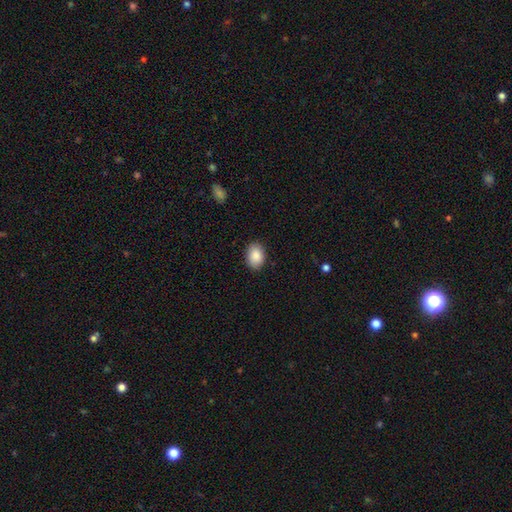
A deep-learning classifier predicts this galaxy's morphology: smooth_or_featured: smooth (p=0.88) [alt: star or artifact p=0.07]
how_rounded: in between (p=0.79) [alt: round p=0.20]
merging: none (p=0.88) [alt: minor disturbance p=0.09]